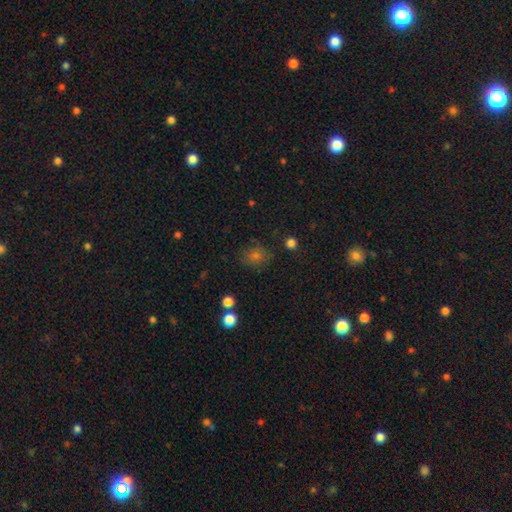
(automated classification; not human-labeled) Smooth or featured: smooth — 64% (star or artifact — 26%)
How rounded: round — 65% (in between — 34%)
Merging: none — 80% (minor disturbance — 13%)